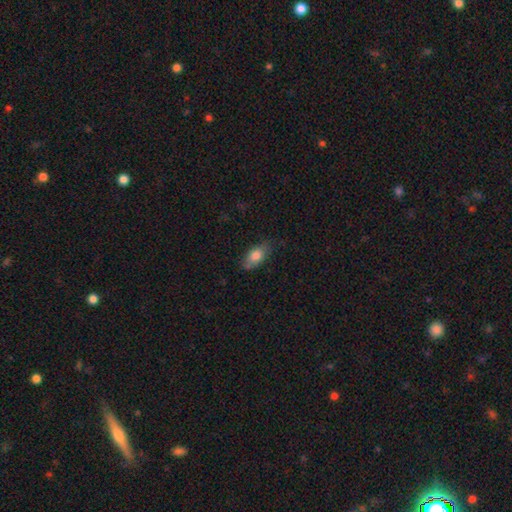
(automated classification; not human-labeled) Smooth or featured: smooth — 78% (featured or disk — 15%)
How rounded: in between — 86% (cigar-shaped — 8%)
Merging: none — 72% (minor disturbance — 22%)